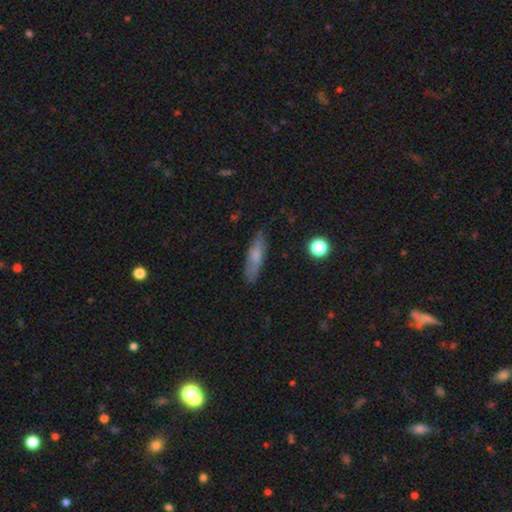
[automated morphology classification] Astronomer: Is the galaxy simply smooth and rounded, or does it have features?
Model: smooth — 62%.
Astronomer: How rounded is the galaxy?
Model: cigar-shaped — 69%.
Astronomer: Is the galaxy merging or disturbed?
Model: none — 83%.